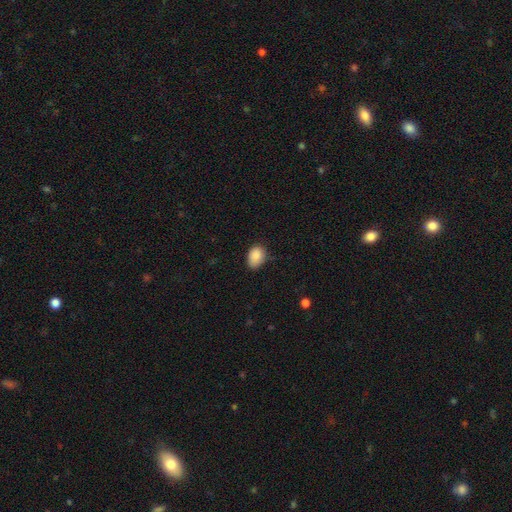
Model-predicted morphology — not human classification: smooth-or-featured: smooth: 88% | star or artifact: 8% | featured or disk: 4%
  how-rounded: in between: 78% | round: 21% | cigar-shaped: 1%
  merging: none: 71% | minor disturbance: 24% | major disturbance: 4% | merger: 1%